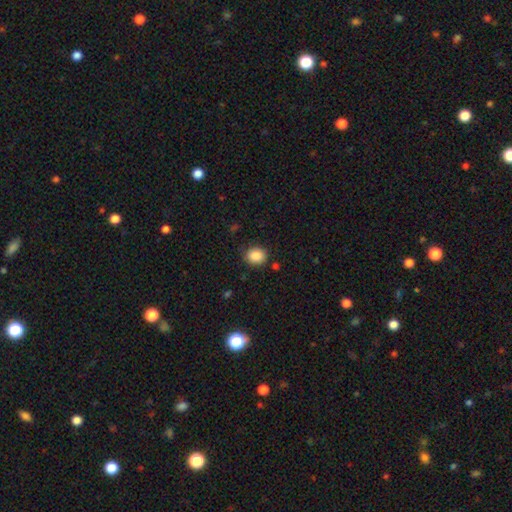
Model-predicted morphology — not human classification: smooth 88%, star or artifact 9%, featured or disk 4%. Down the decision tree: how rounded — round (58%); merging — none (84%).